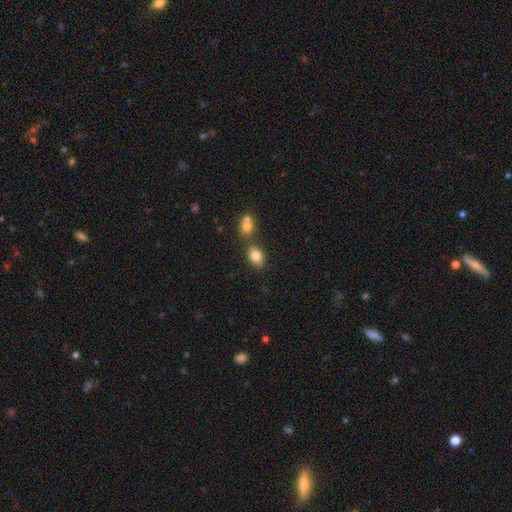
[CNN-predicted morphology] This appears to be a smooth galaxy with no disk features (81%) that is in between round and cigar-shaped (67%). Merging: none (63%).